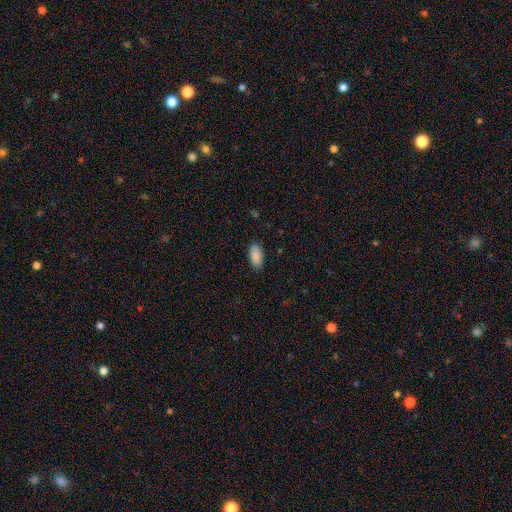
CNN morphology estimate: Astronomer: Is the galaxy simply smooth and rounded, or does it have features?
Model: smooth — 90%.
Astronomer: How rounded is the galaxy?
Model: in between — 94%.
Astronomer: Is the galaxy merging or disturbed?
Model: none — 87%.